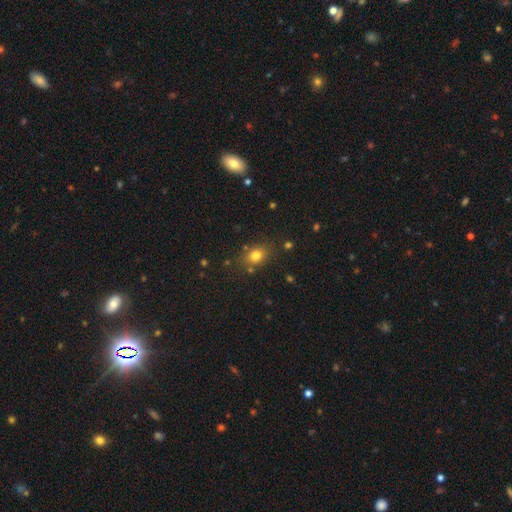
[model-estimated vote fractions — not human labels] Smooth or featured? Predicted: smooth (p=0.77). How rounded? Predicted: in between (p=0.58). Merging? Predicted: none (p=0.79).